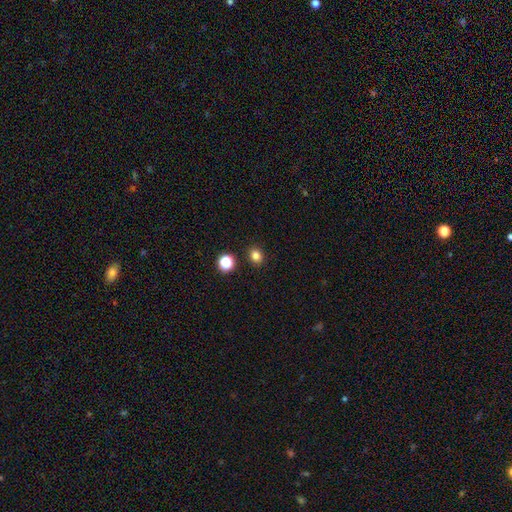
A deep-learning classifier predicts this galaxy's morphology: A smooth galaxy with no disk features (81%) that is round (62%). Merging: none (89%).